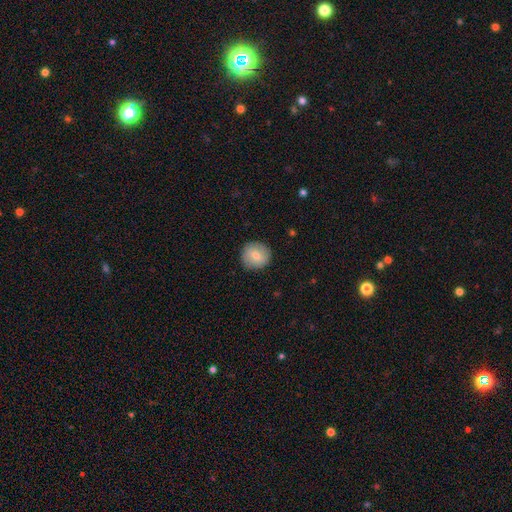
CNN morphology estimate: Smooth or featured? smooth (75%)
How rounded? round (93%)
Merging? none (88%)